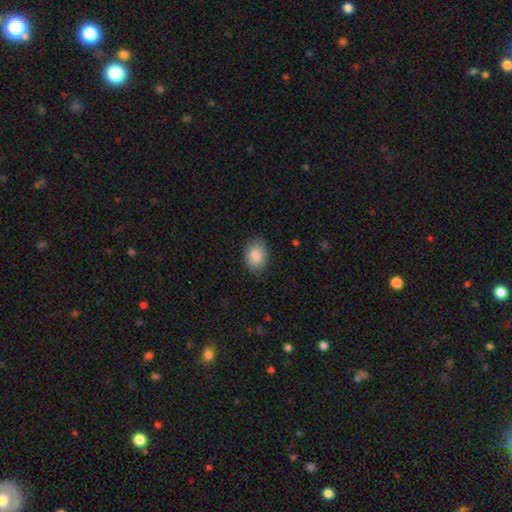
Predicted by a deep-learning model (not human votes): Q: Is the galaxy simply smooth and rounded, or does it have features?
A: smooth — 88%.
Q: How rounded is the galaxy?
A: in between — 79%.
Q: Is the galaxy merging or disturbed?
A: none — 84%.